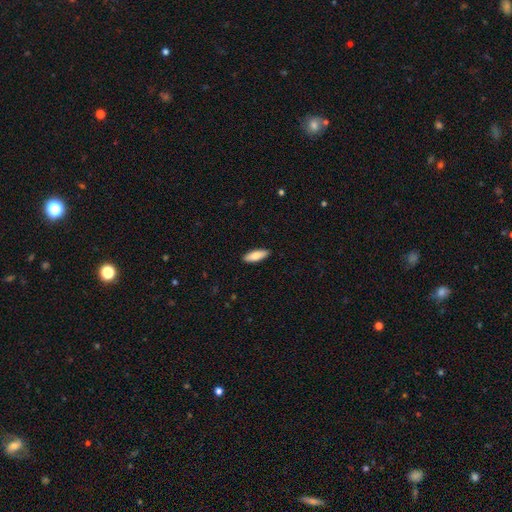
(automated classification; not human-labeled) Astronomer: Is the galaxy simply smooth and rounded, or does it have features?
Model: smooth — 82%.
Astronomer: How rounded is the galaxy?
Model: in between — 61% (runner-up: cigar-shaped, 37%).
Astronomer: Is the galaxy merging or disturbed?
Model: none — 90%.